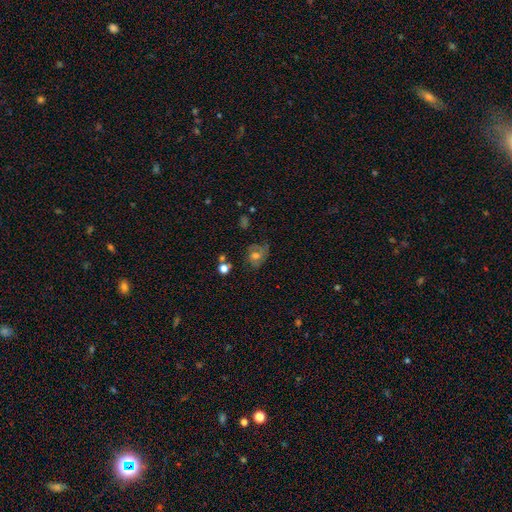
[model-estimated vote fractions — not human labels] Overall: featured or disk (53%; smooth 35%). Edge-on disk: no (97%). Bar: no (68%). Spiral arms: yes (79%). Bulge size: moderate (67%). Merging: none (61%; minor disturbance 23%).